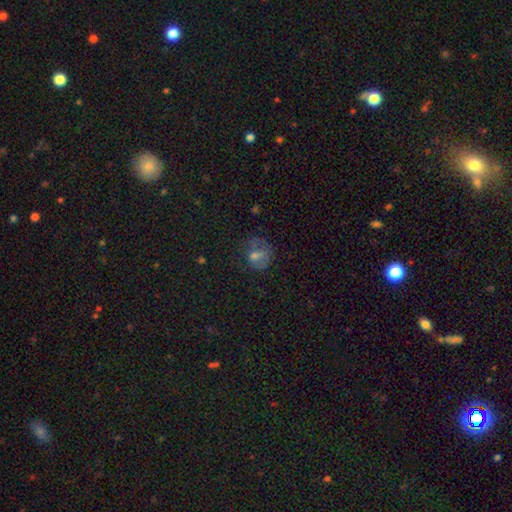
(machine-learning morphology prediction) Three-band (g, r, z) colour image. It shows a smooth galaxy with no disk features (52%) that is round (69%). Merging: none (53%).